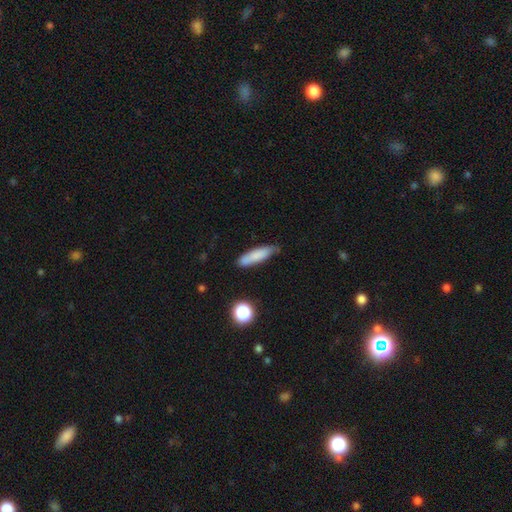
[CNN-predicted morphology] The model was most divided on "how rounded": cigar-shaped: 68%, in between: 30%, round: 2%. More confident: smooth or featured — smooth (80%); merging — none (68%).